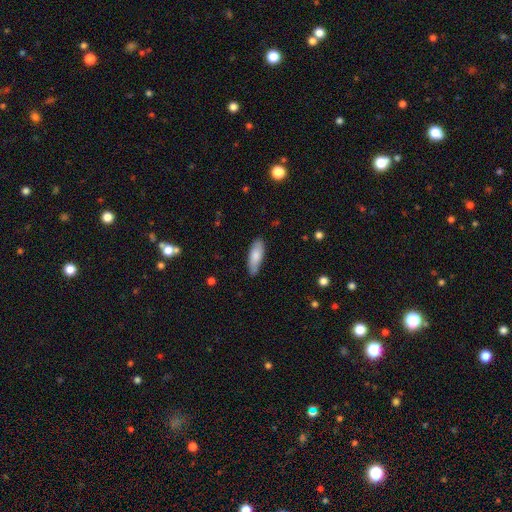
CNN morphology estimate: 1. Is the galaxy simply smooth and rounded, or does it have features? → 81% smooth, 13% featured or disk, 6% star or artifact.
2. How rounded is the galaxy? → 61% in between, 37% cigar-shaped, 2% round.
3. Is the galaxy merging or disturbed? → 83% none, 14% minor disturbance, 2% major disturbance, 1% merger.